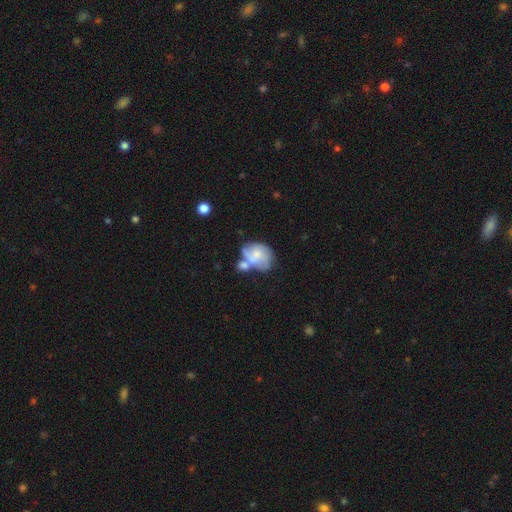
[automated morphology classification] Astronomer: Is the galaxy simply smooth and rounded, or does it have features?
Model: smooth — 49% (runner-up: featured or disk, 43%).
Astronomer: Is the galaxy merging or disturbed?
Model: merger — 44% (runner-up: none, 24%).